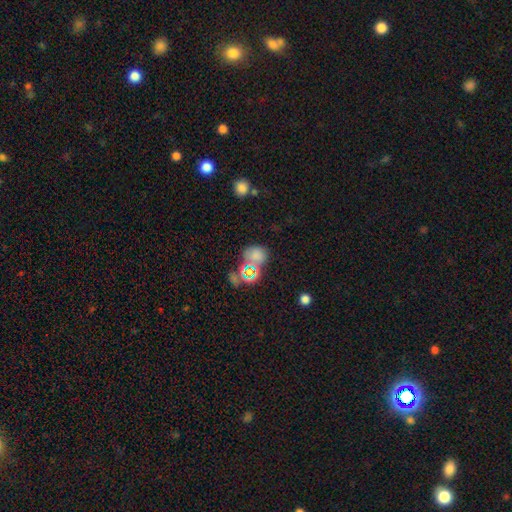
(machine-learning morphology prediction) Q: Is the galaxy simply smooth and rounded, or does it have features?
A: smooth — 62%.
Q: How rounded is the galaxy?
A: round — 63%.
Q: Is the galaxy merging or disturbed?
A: none — 55%.